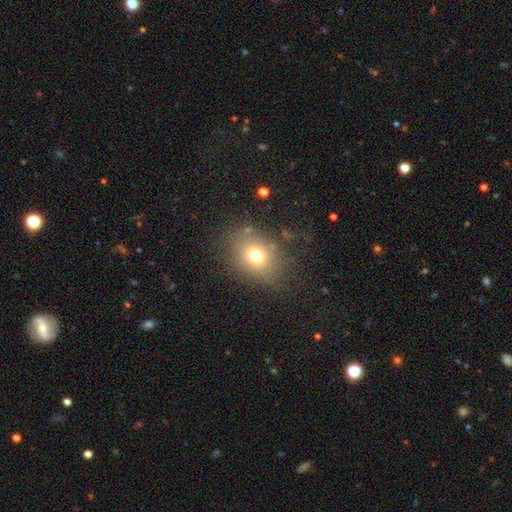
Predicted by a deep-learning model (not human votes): A smooth galaxy with no disk features (71%) that is in between round and cigar-shaped (54%). Merging: none (76%).